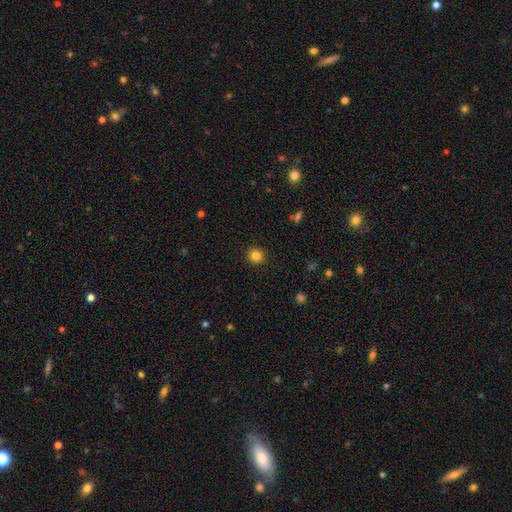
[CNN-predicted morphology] smooth-or-featured: smooth: 84% | star or artifact: 12% | featured or disk: 4%
  how-rounded: round: 92% | in between: 7% | cigar-shaped: 1%
  merging: none: 92% | minor disturbance: 5% | major disturbance: 2% | merger: 1%